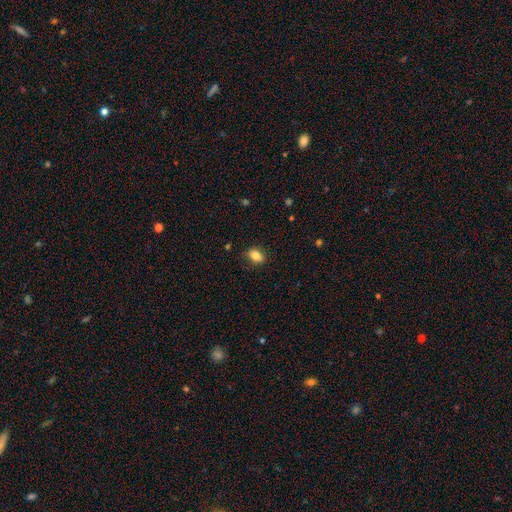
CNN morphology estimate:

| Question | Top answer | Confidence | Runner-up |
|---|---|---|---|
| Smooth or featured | smooth | 84% | star or artifact (9%) |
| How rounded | in between | 81% | round (17%) |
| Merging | none | 84% | minor disturbance (12%) |